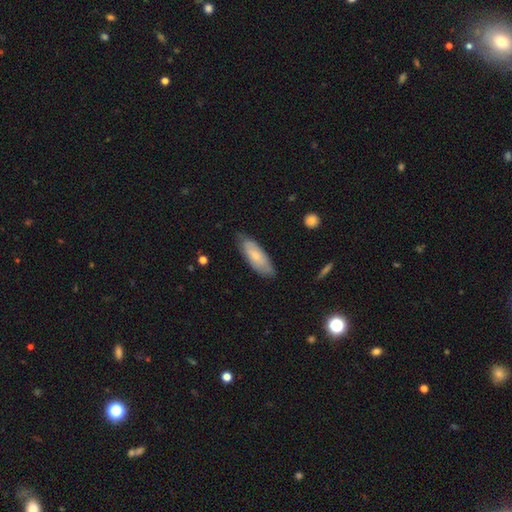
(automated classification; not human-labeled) This appears to be a smooth galaxy with no disk features (65%) that is in between round and cigar-shaped (68%). Merging: none (76%).